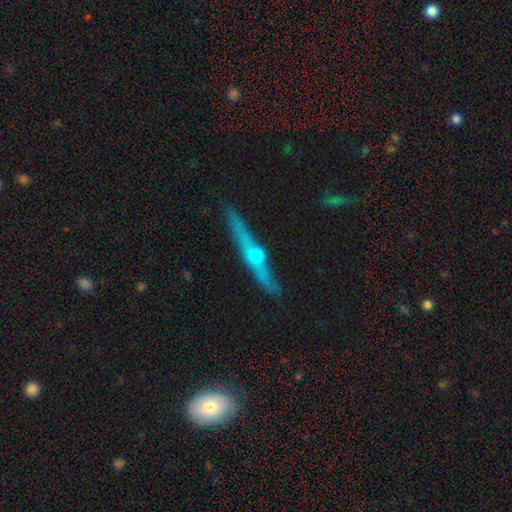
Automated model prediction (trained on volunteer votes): Smooth or featured: featured or disk — 74% (smooth — 19%)
Edge-on disk: yes — 94% (no — 6%)
Edge-on bulge: rounded — 93% (none — 4%)
Merging: none — 86% (minor disturbance — 9%)